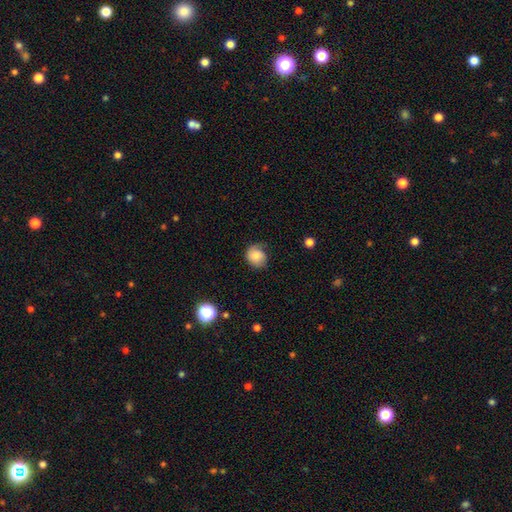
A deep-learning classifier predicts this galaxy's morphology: Smooth or featured: smooth — 76% (featured or disk — 15%)
How rounded: round — 71% (in between — 29%)
Merging: none — 59% (minor disturbance — 29%)